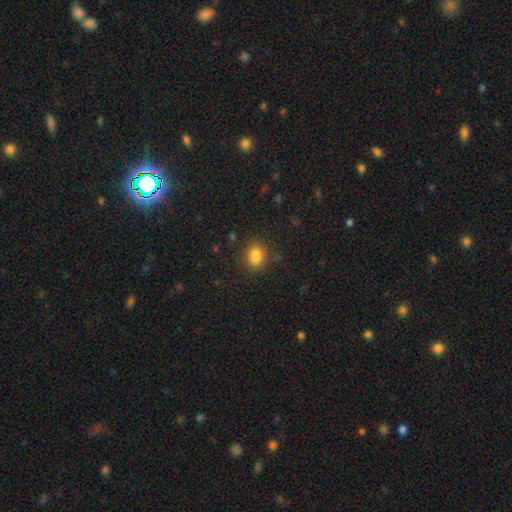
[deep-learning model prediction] The model was most divided on "how rounded": in between: 53%, round: 46%, cigar-shaped: 1%. More confident: smooth or featured — smooth (85%); merging — none (84%).